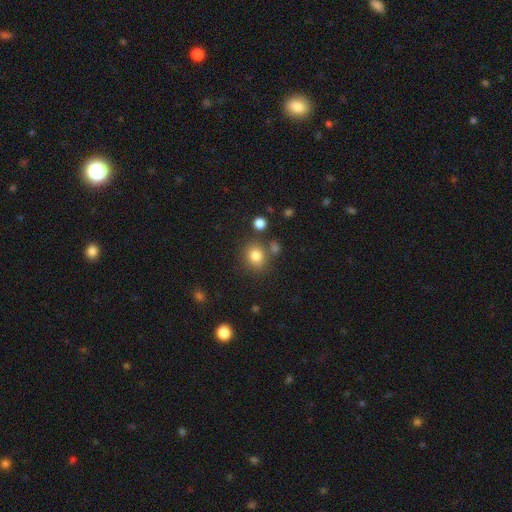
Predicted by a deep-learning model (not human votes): A smooth galaxy with no disk features (81%) that is round (69%).

Vote fractions:
- Smooth or featured? smooth: 81% / star or artifact: 12% / featured or disk: 7%
- How rounded? round: 69% / in between: 30% / cigar-shaped: 1%
- Merging? none: 74% / minor disturbance: 12% / merger: 11% / major disturbance: 4%